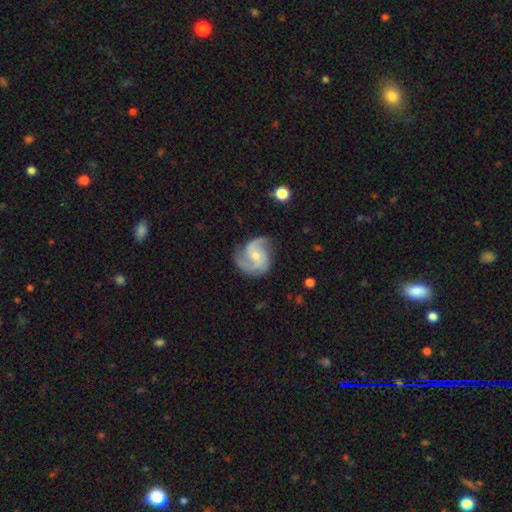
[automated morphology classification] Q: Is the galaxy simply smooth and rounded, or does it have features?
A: featured or disk — 87%.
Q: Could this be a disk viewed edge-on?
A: no — 98%.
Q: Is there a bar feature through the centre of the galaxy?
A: no — 59%.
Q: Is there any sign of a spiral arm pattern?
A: yes — 98%.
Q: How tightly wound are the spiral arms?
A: medium — 54%.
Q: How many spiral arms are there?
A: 3 — 41%, tied with 2.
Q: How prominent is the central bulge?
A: small — 59%.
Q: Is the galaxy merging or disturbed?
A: none — 72%.